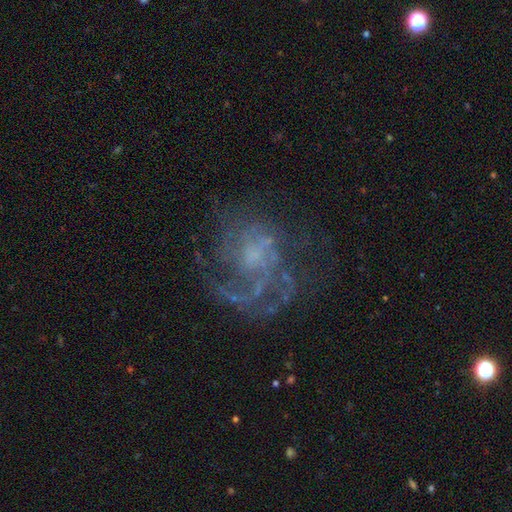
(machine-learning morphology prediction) featured or disk 78%, star or artifact 12%, smooth 10%. Down the decision tree: edge-on disk — no (98%); bar — no (69%); spiral arms — yes (84%); spiral arm count — can't tell (35%); spiral winding — medium (42%); bulge size — small (36%); merging — none (56%).